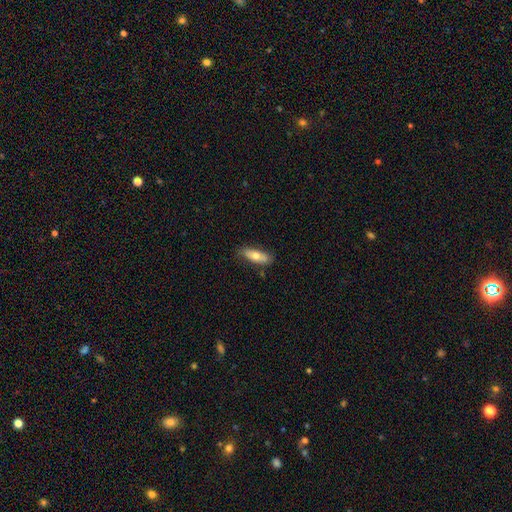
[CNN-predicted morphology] This appears to be a smooth galaxy with no disk features (68%) that is in between round and cigar-shaped (65%). Merging: none (80%).